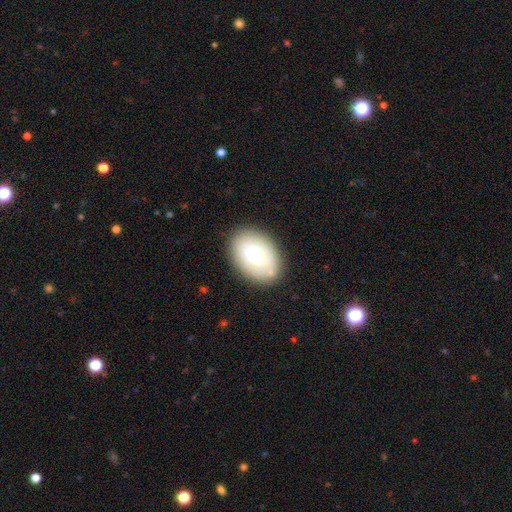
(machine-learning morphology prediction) The model was most divided on "smooth or featured": smooth: 48%, featured or disk: 45%, star or artifact: 7%. More confident: merging — none (82%).